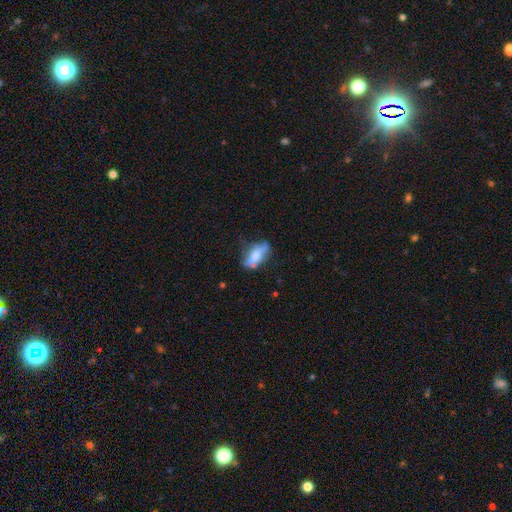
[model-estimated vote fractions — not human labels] smooth_or_featured: smooth (p=0.54) [alt: featured or disk p=0.38]
how_rounded: in between (p=0.70) [alt: cigar-shaped p=0.26]
merging: none (p=0.53) [alt: minor disturbance p=0.29]